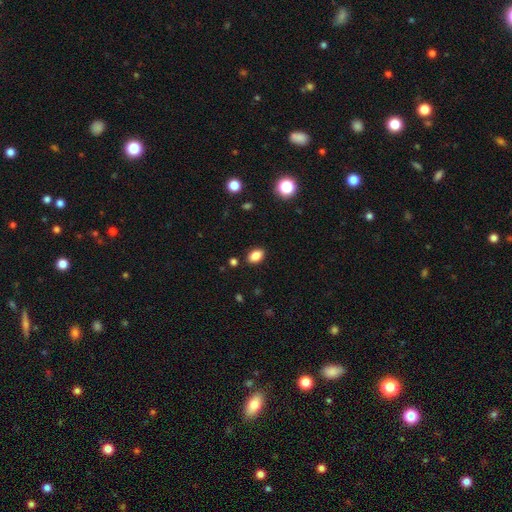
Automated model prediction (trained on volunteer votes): A smooth galaxy with no disk features (85%) that is in between round and cigar-shaped (84%). Merging: none (87%).